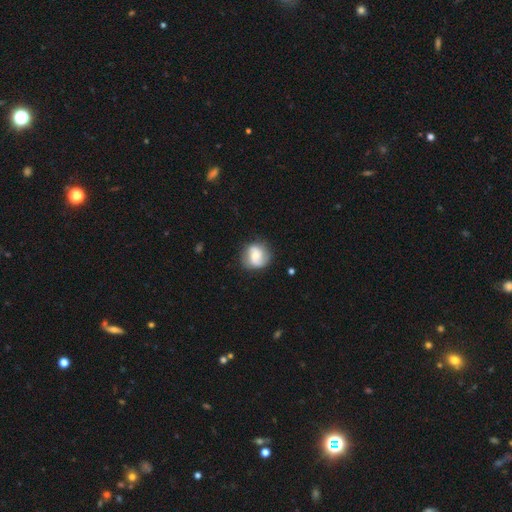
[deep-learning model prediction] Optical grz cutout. It shows a featured or disk galaxy (55%) with no bar (52%), spiral arms (87%) and a moderate central bulge (51%). Merging: none (77%).